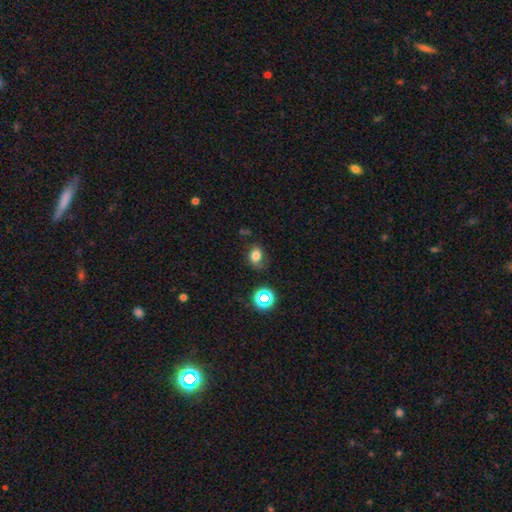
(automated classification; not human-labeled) This appears to be a smooth galaxy with no disk features (73%) that is in between round and cigar-shaped (69%). Merging: none (69%).